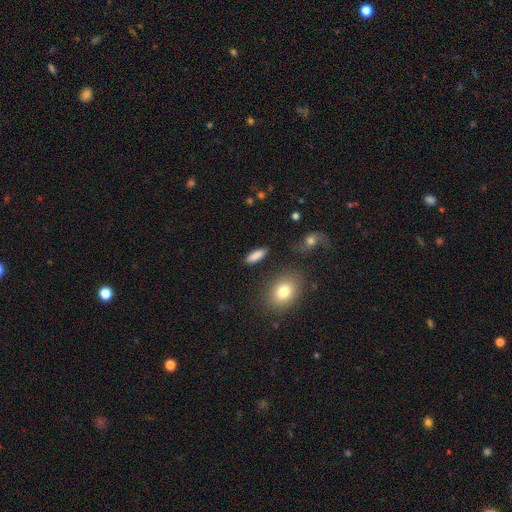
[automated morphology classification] Q: Smooth or featured?
A: smooth (85%); runner-up: featured or disk (7%)
Q: How rounded?
A: in between (52%); runner-up: cigar-shaped (44%)
Q: Merging?
A: none (87%); runner-up: minor disturbance (8%)